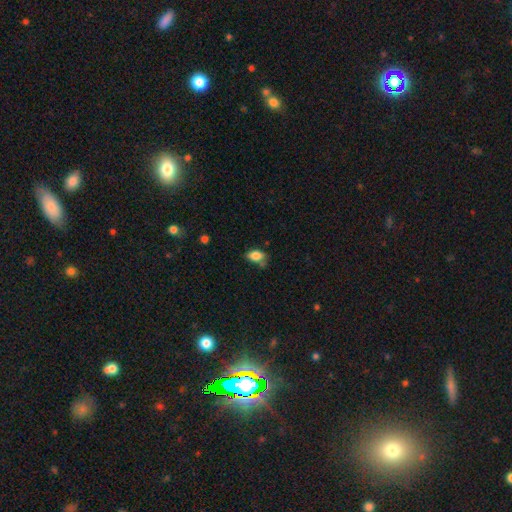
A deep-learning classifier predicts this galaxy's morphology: Overall: smooth (82%). How rounded: in between (87%). Merging: none (50%; minor disturbance 30%).